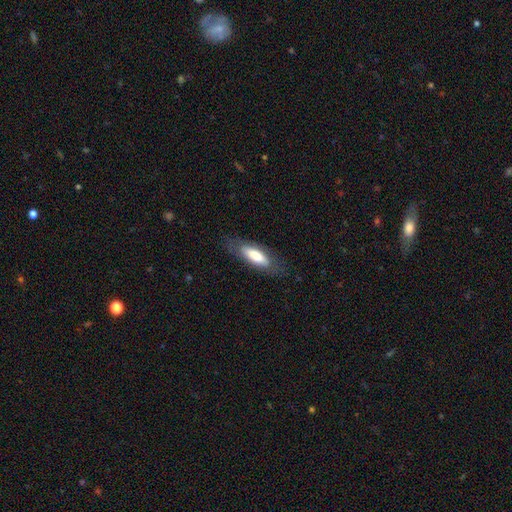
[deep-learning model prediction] Q: Smooth or featured?
A: smooth (72%); runner-up: featured or disk (22%)
Q: How rounded?
A: in between (58%); runner-up: cigar-shaped (40%)
Q: Merging?
A: none (78%); runner-up: minor disturbance (15%)